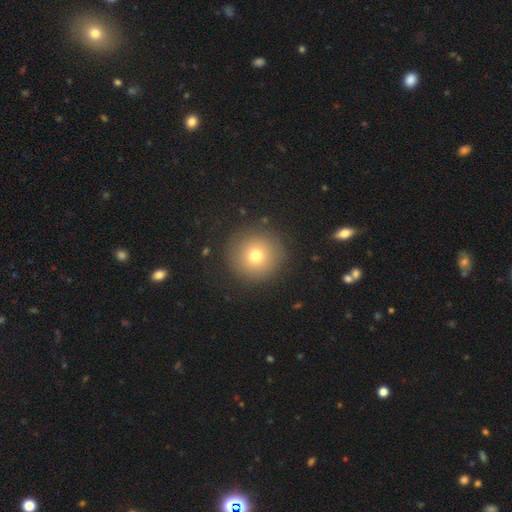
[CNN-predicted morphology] A smooth galaxy with no disk features (73%) that is round (95%).

Vote fractions:
- Smooth or featured? smooth: 73% / star or artifact: 14% / featured or disk: 13%
- How rounded? round: 95% / in between: 4% / cigar-shaped: 1%
- Merging? none: 89% / minor disturbance: 7% / major disturbance: 3% / merger: 1%